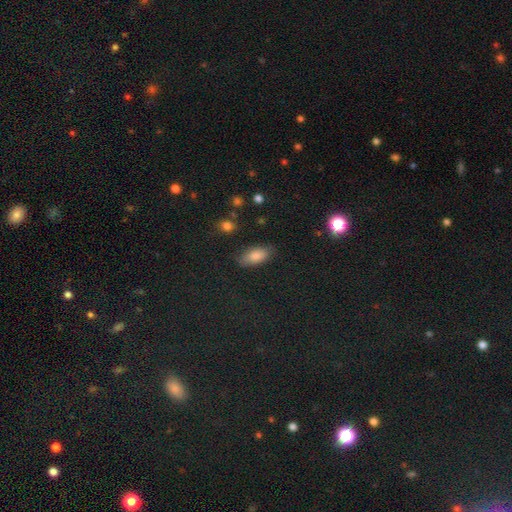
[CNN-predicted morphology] This appears to be a smooth galaxy with no disk features (82%) that is in between round and cigar-shaped (86%). Merging: none (82%).